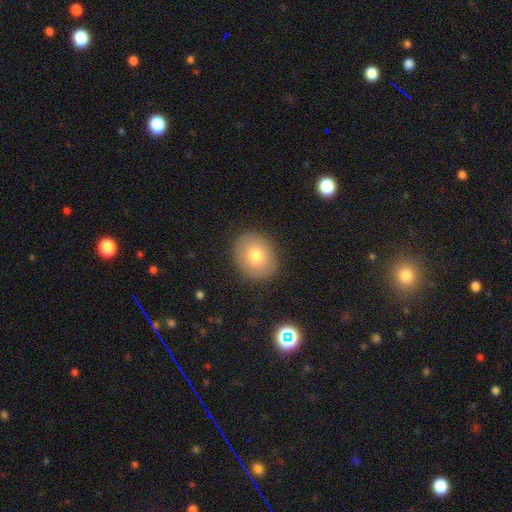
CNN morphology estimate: Smooth or featured?
  - smooth: 73% *
  - featured or disk: 17%
  - star or artifact: 10%
How rounded?
  - round: 64% *
  - in between: 35%
  - cigar-shaped: 1%
Merging?
  - none: 86% *
  - minor disturbance: 10%
  - major disturbance: 3%
  - merger: 1%